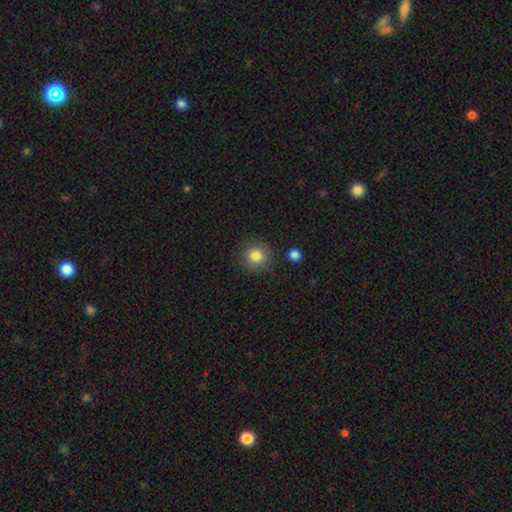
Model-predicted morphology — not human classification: smooth-or-featured: smooth: 83% | star or artifact: 10% | featured or disk: 8%
  how-rounded: round: 92% | in between: 7% | cigar-shaped: 1%
  merging: none: 85% | minor disturbance: 10% | major disturbance: 3% | merger: 3%